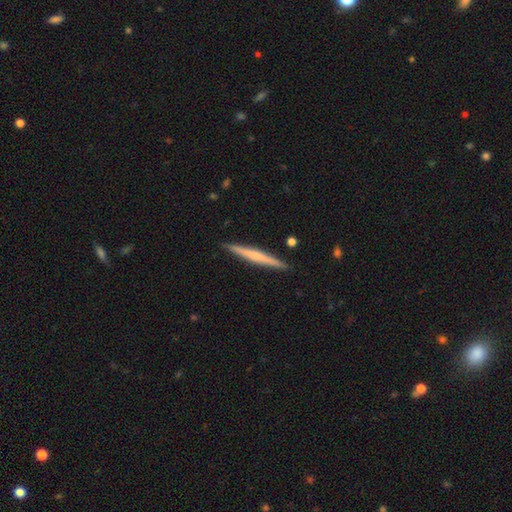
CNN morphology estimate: A featured or disk galaxy (53%) viewed edge-on (98%) with no central bulge (59%). Merging: none (92%).